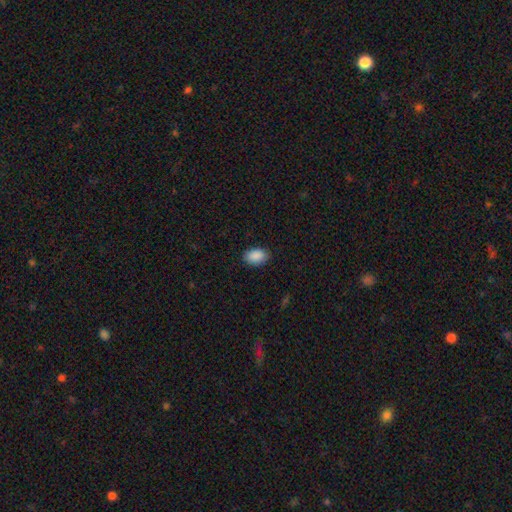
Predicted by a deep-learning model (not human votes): Smooth or featured? smooth (90%)
How rounded? in between (88%)
Merging? none (87%)